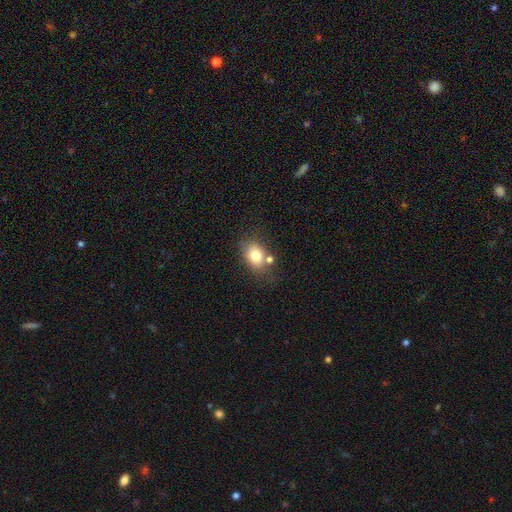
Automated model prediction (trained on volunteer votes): A smooth galaxy with no disk features (77%) that is in between round and cigar-shaped (66%).

Vote fractions:
- Smooth or featured? smooth: 77% / featured or disk: 13% / star or artifact: 10%
- How rounded? in between: 66% / round: 33% / cigar-shaped: 1%
- Merging? none: 58% / minor disturbance: 18% / merger: 18% / major disturbance: 6%